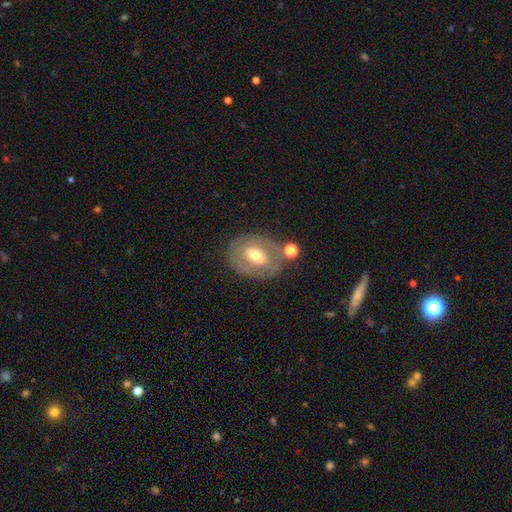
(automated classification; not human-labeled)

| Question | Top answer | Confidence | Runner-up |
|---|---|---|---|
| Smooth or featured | featured or disk | 49% | smooth (43%) |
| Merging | none | 68% | minor disturbance (17%) |